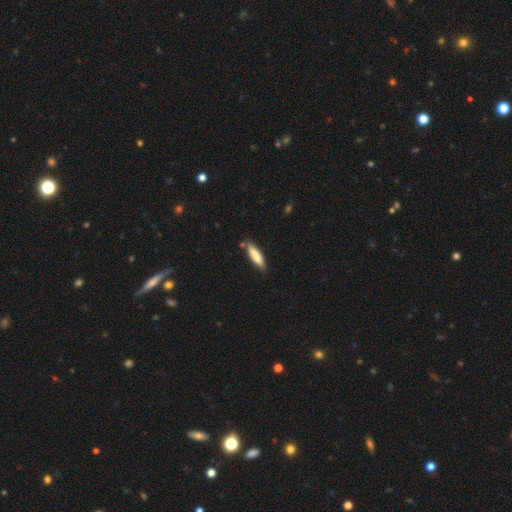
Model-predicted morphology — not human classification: Smooth or featured? Predicted: smooth (p=0.84). How rounded? Predicted: cigar-shaped (p=0.68). Merging? Predicted: none (p=0.80).